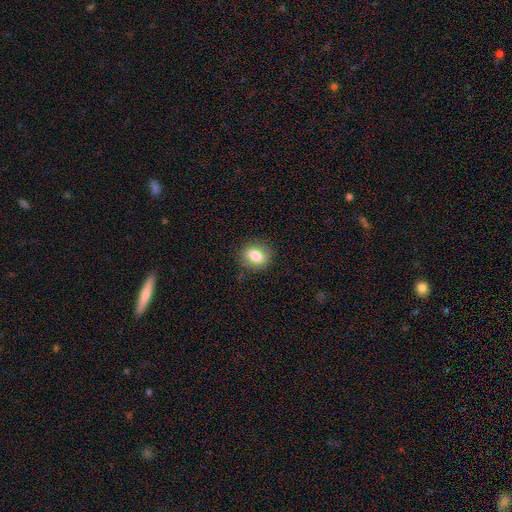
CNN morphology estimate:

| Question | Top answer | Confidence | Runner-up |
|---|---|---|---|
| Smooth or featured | smooth | 80% | featured or disk (11%) |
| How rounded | in between | 51% | round (47%) |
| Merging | none | 85% | minor disturbance (11%) |